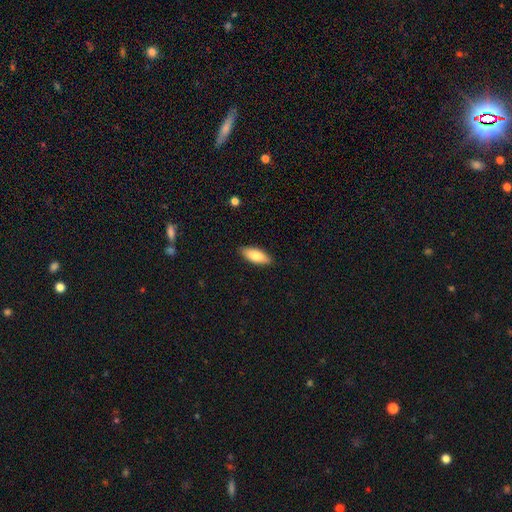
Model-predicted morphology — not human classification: Q: Smooth or featured?
A: smooth (81%); runner-up: featured or disk (13%)
Q: How rounded?
A: in between (79%); runner-up: cigar-shaped (19%)
Q: Merging?
A: none (87%); runner-up: minor disturbance (10%)